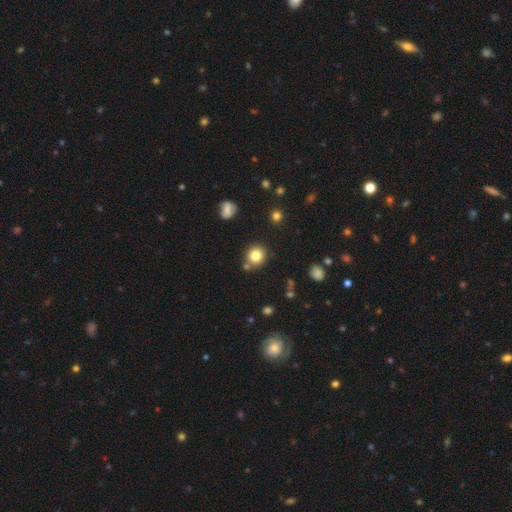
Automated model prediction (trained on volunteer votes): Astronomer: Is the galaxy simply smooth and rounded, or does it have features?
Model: smooth — 81%.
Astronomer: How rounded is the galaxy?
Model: round — 86%.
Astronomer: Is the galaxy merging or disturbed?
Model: none — 76%.